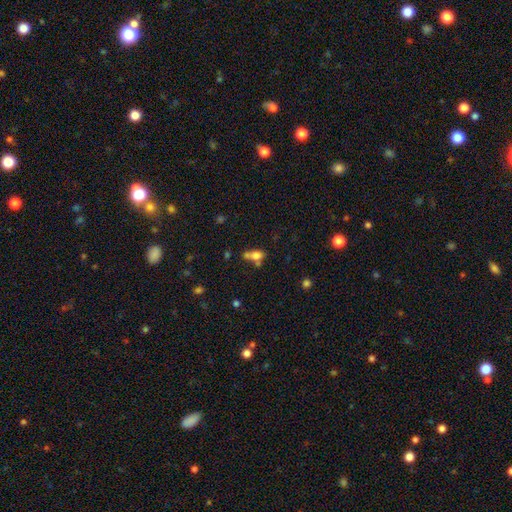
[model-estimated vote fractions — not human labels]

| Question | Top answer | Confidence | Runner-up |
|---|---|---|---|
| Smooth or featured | smooth | 71% | featured or disk (16%) |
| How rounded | in between | 73% | round (20%) |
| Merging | merger | 41% | none (36%) |